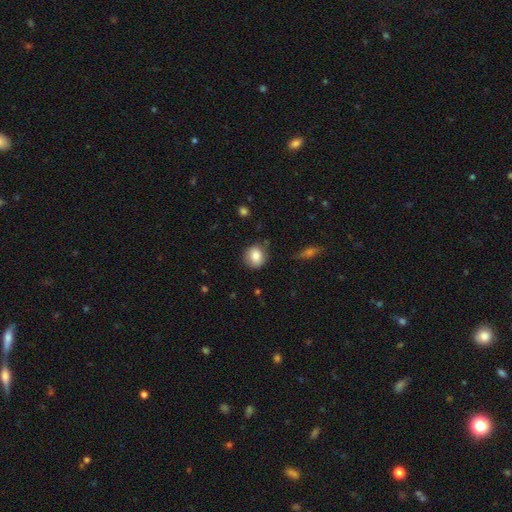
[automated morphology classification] A smooth galaxy with no disk features (83%) that is round (74%). Merging: none (81%).